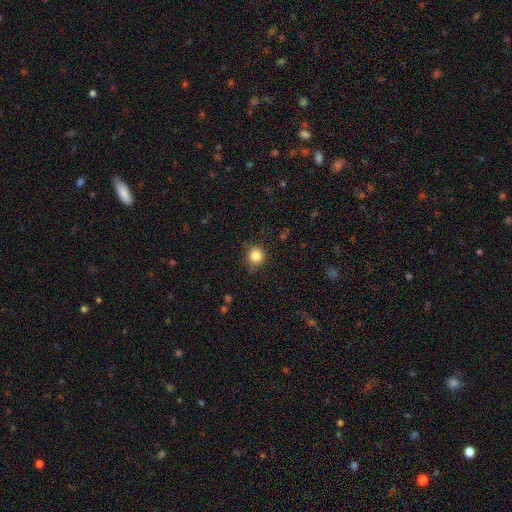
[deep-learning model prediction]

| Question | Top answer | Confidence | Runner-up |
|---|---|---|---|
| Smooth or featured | smooth | 85% | star or artifact (11%) |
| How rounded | round | 90% | in between (9%) |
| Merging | none | 79% | minor disturbance (16%) |